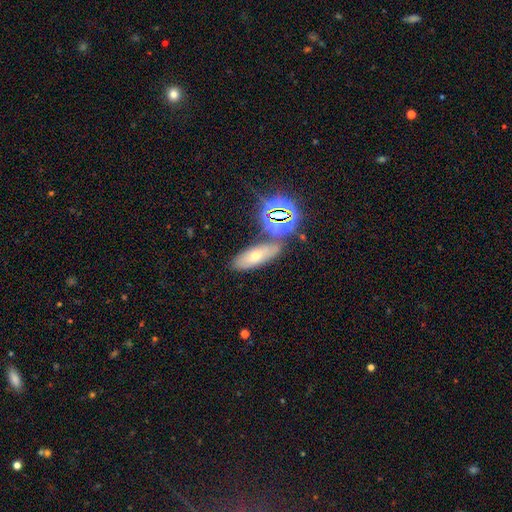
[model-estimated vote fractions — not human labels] smooth 46%, star or artifact 30%, featured or disk 24%. Down the decision tree: merging — none (72%).